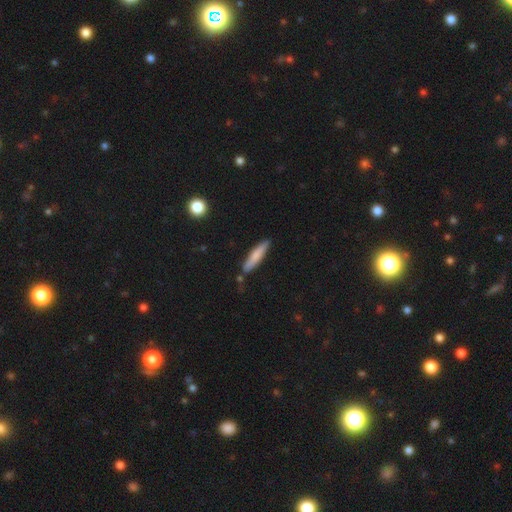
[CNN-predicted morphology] Smooth or featured? smooth (72%)
How rounded? cigar-shaped (88%)
Merging? none (81%)